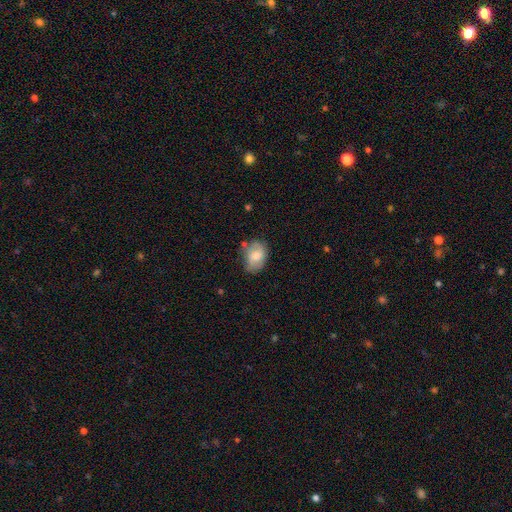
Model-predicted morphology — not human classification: Smooth or featured? smooth (63%)
How rounded? in between (75%)
Merging? none (60%)